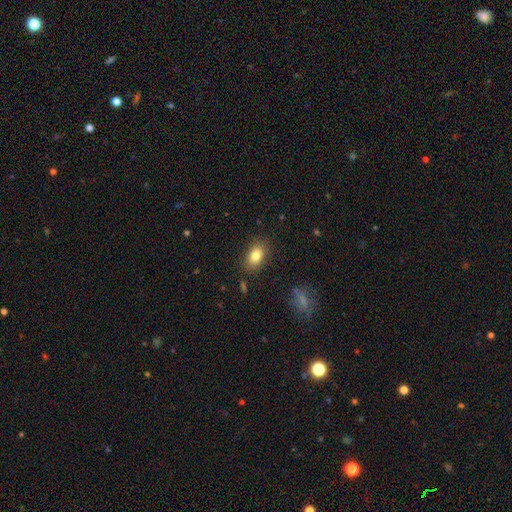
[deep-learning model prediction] smooth-or-featured: smooth: 83% | featured or disk: 9% | star or artifact: 9%
  how-rounded: in between: 87% | round: 11% | cigar-shaped: 2%
  merging: none: 85% | minor disturbance: 10% | major disturbance: 3% | merger: 1%